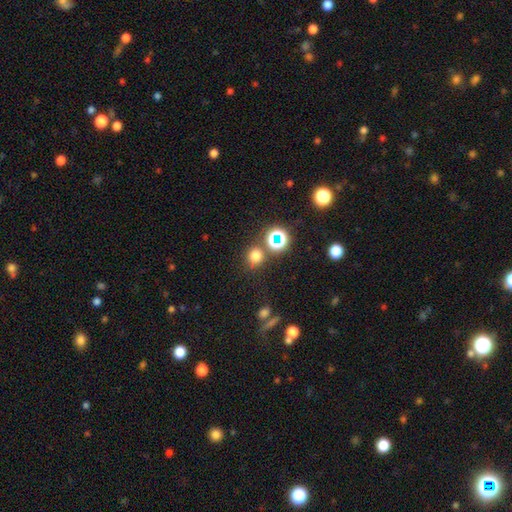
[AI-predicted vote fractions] This appears to be a smooth galaxy with no disk features (68%) that is round (87%). Merging: none (77%).